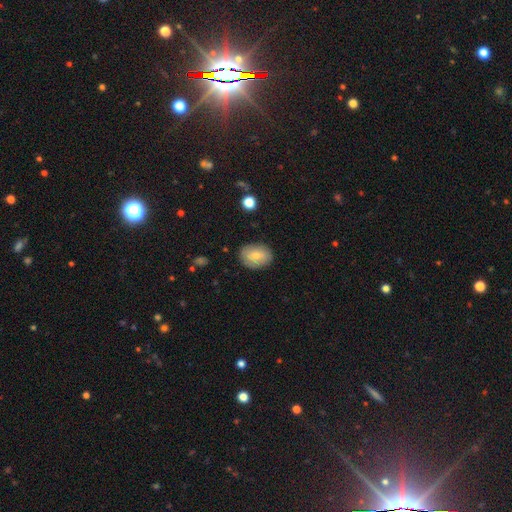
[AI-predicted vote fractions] Morphology: type=smooth (72%); roundness=in between (74%); merging=none (83%).